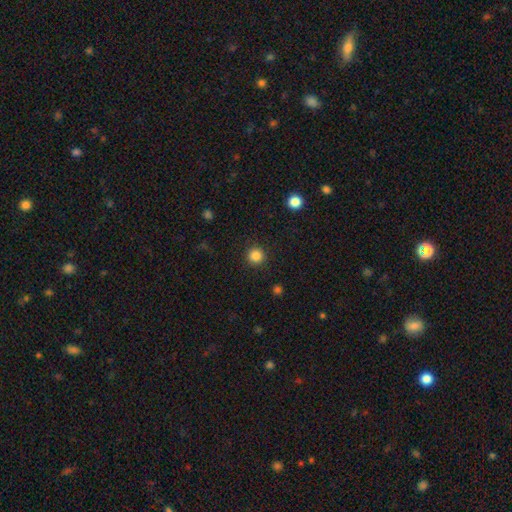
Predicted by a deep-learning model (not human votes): This is clearly a smooth galaxy (85%). How rounded: clearly round (95%). Merging: clearly none (91%).